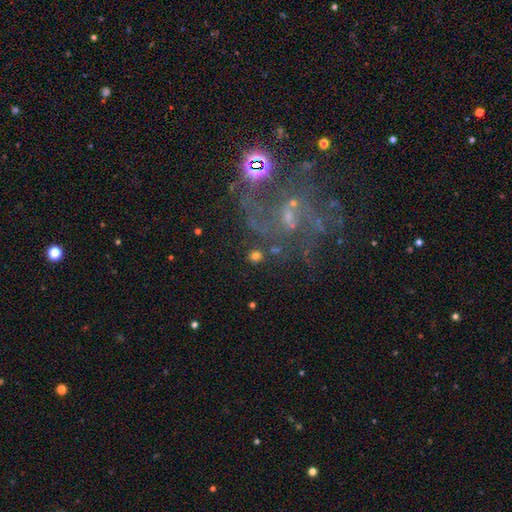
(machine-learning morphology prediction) Q: Smooth or featured?
A: smooth (66%); runner-up: featured or disk (19%)
Q: How rounded?
A: round (85%); runner-up: in between (14%)
Q: Merging?
A: none (78%); runner-up: minor disturbance (10%)